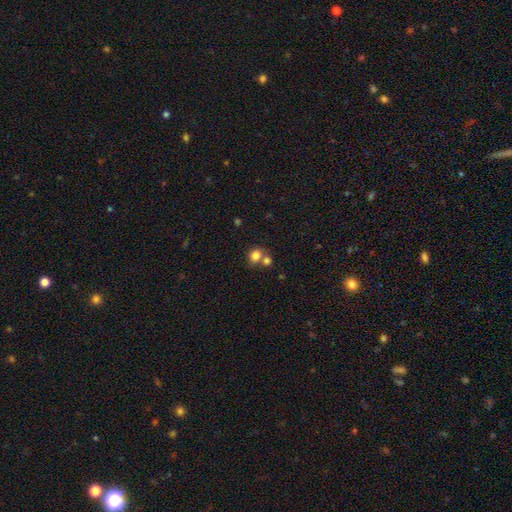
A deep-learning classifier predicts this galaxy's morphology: The model was most divided on "merging": none: 48%, merger: 40%, minor disturbance: 9%, major disturbance: 4%. More confident: smooth or featured — smooth (80%); how rounded — round (72%).